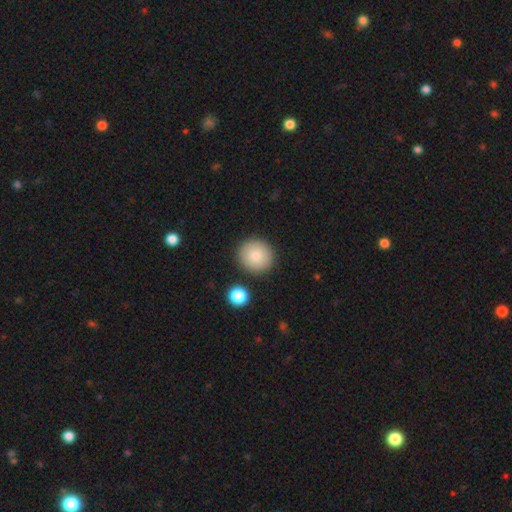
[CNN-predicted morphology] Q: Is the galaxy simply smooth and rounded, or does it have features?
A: smooth — 84%.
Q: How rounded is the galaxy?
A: round — 93%.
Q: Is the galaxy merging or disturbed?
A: none — 87%.